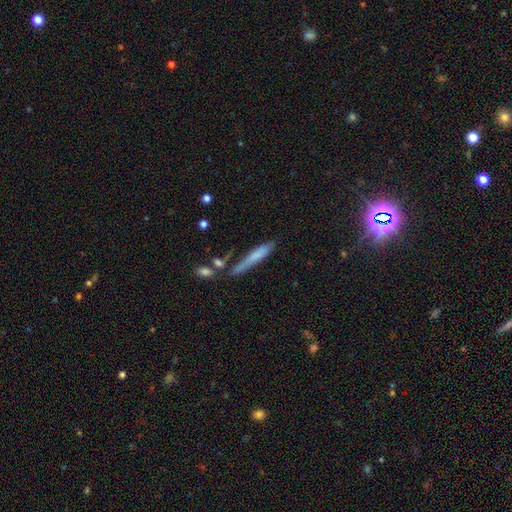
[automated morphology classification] Q: Smooth or featured?
A: smooth (66%); runner-up: featured or disk (26%)
Q: How rounded?
A: cigar-shaped (91%); runner-up: in between (7%)
Q: Merging?
A: none (63%); runner-up: minor disturbance (21%)